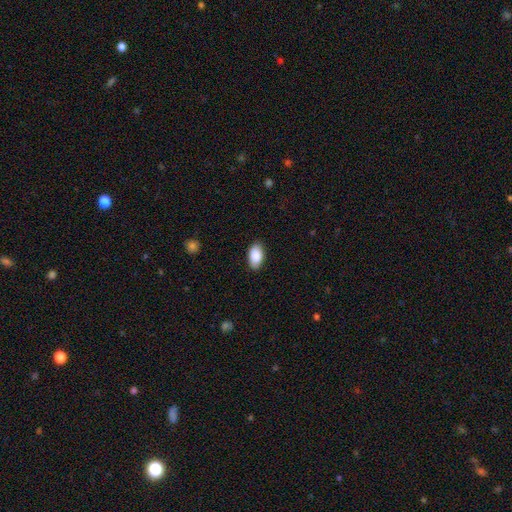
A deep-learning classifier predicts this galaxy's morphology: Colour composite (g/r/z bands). It shows a smooth galaxy with no disk features (88%) that is in between round and cigar-shaped (94%). Merging: none (87%).